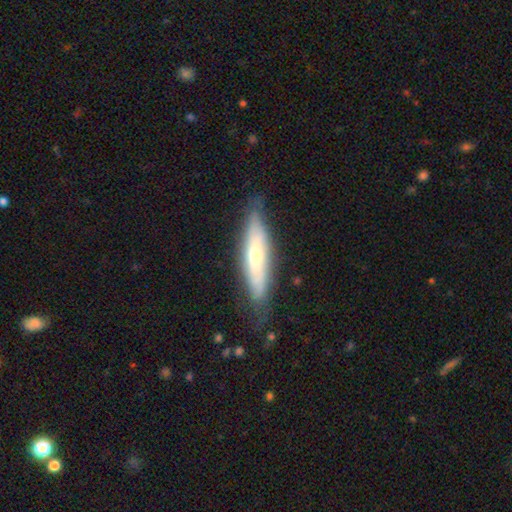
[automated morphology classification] This appears to be a featured or disk galaxy (53%) viewed edge-on (62%). Merging: none (74%).